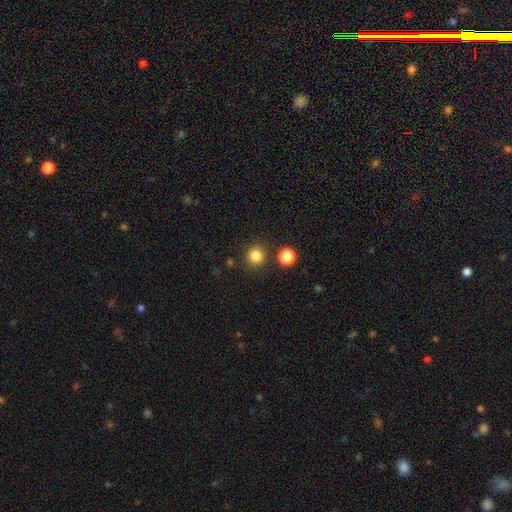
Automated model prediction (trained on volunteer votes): Q: Smooth or featured?
A: smooth (83%); runner-up: star or artifact (12%)
Q: How rounded?
A: round (93%); runner-up: in between (6%)
Q: Merging?
A: none (87%); runner-up: minor disturbance (6%)